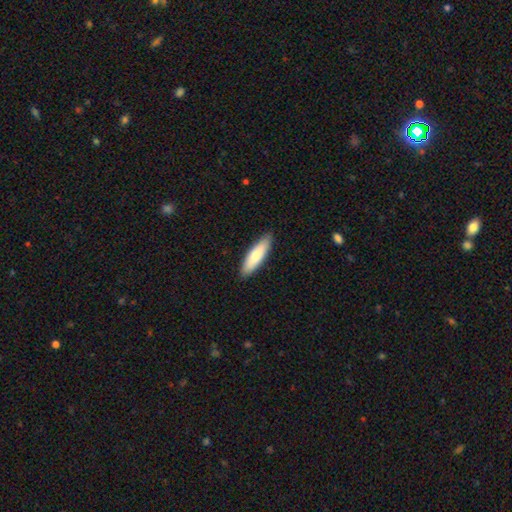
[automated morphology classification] Smooth or featured?
  - smooth: 81% *
  - featured or disk: 15%
  - star or artifact: 5%
How rounded?
  - cigar-shaped: 63% *
  - in between: 36%
  - round: 1%
Merging?
  - none: 89% *
  - minor disturbance: 8%
  - major disturbance: 1%
  - merger: 1%